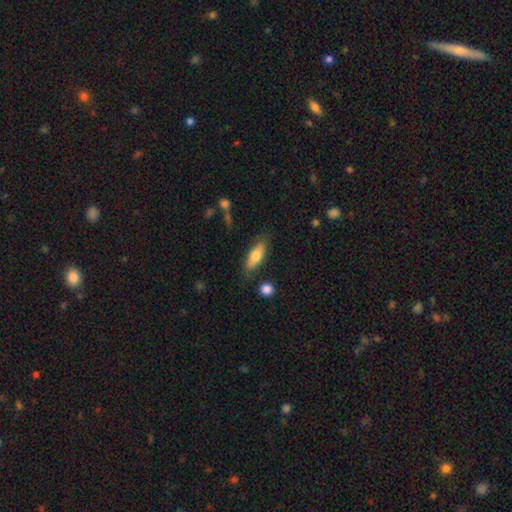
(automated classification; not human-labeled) Smooth or featured?
  - smooth: 74% *
  - featured or disk: 20%
  - star or artifact: 6%
How rounded?
  - in between: 70% *
  - cigar-shaped: 27%
  - round: 3%
Merging?
  - none: 77% *
  - minor disturbance: 15%
  - major disturbance: 4%
  - merger: 4%